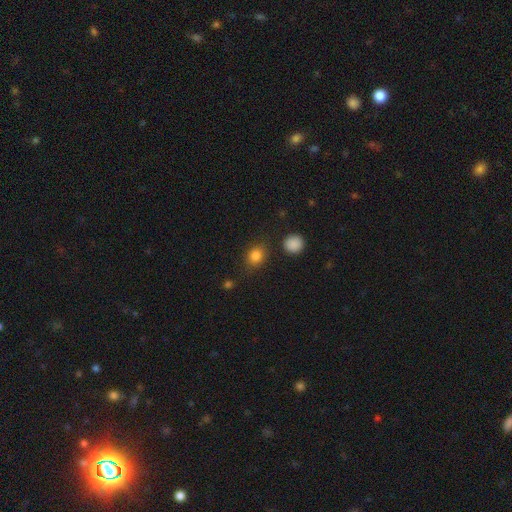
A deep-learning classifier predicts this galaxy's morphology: The model was most divided on "how rounded": round: 58%, in between: 41%, cigar-shaped: 1%. More confident: smooth or featured — smooth (83%); merging — none (80%).